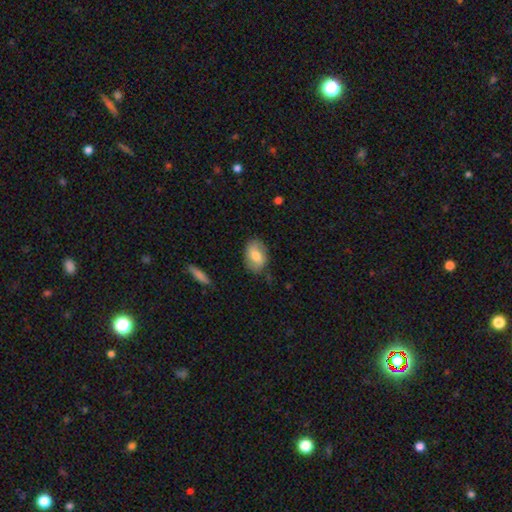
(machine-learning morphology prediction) smooth_or_featured: smooth (p=0.67) [alt: featured or disk p=0.26]
how_rounded: in between (p=0.85) [alt: round p=0.13]
merging: none (p=0.76) [alt: minor disturbance p=0.18]